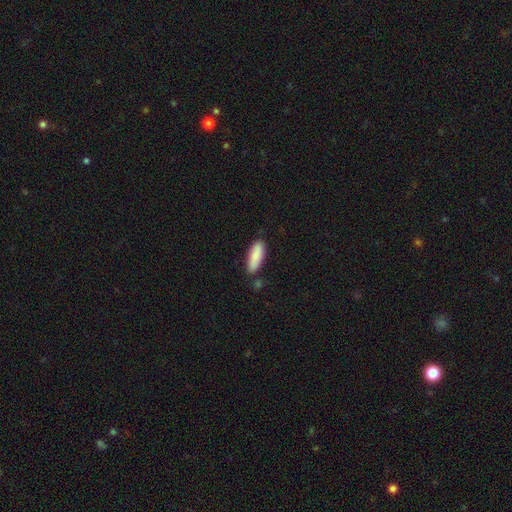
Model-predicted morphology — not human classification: A smooth galaxy with no disk features (88%) that is in between round and cigar-shaped (66%). Merging: none (81%).